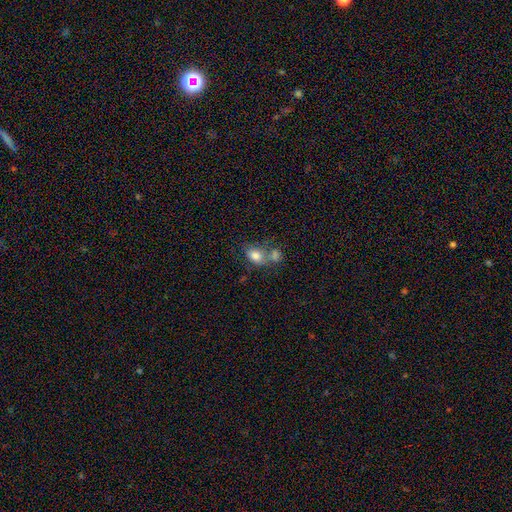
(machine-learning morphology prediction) Overall: smooth (79%). How rounded: in between (77%). Merging: merger (43%; none 35%).